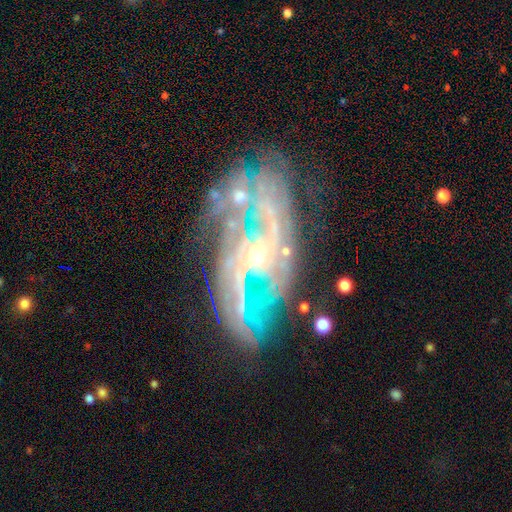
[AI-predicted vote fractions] Smooth or featured? featured or disk (86%)
Edge-on disk? no (96%)
Bar? no (66%)
Spiral arms? yes (92%)
Spiral winding? tight (41%, tied with medium)
Spiral arm count? 2 (29%)
Bulge size? small (76%)
Merging? none (56%)